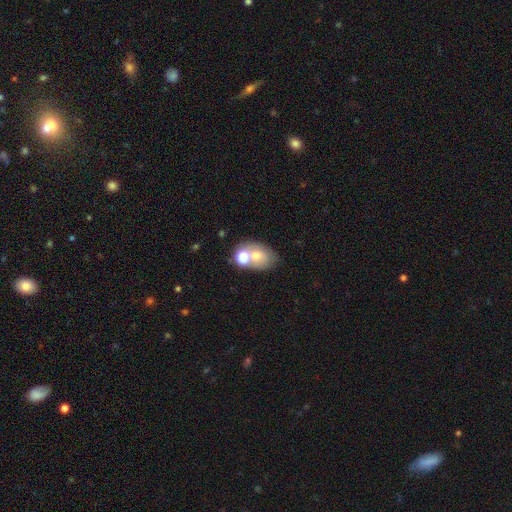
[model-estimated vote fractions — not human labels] Morphology: type=smooth (63%); roundness=in between (68%); merging=merger (42%).